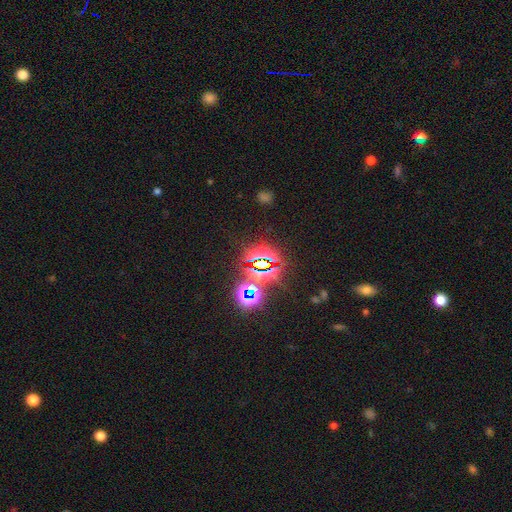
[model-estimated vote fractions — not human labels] The model was most divided on "smooth or featured": star or artifact: 79%, smooth: 13%, featured or disk: 8%.